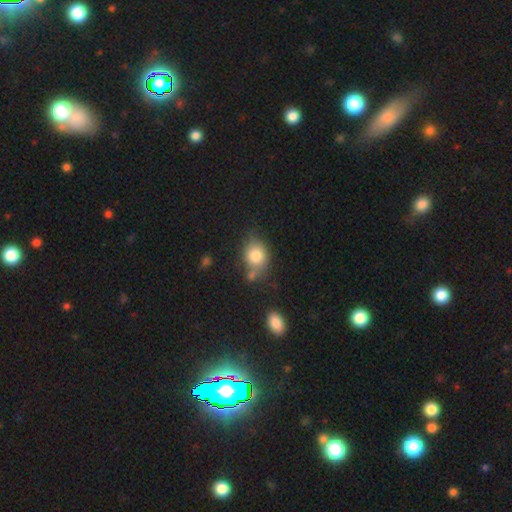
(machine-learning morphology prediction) Smooth or featured? Predicted: smooth (p=0.80). How rounded? Predicted: round (p=0.50). Merging? Predicted: none (p=0.54).